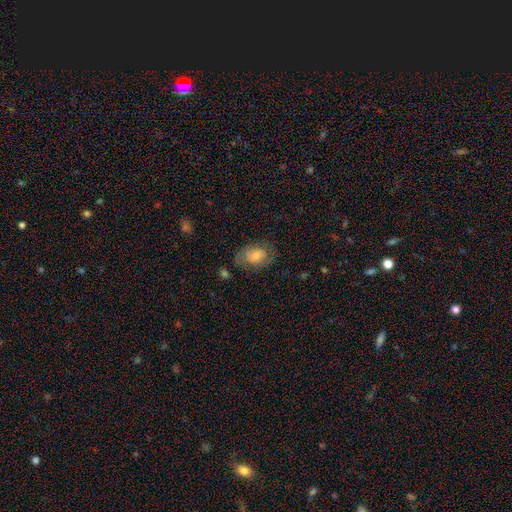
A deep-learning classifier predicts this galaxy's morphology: smooth-or-featured: smooth: 60% | featured or disk: 32% | star or artifact: 8%
  how-rounded: in between: 83% | round: 15% | cigar-shaped: 1%
  merging: none: 63% | minor disturbance: 22% | major disturbance: 12% | merger: 2%